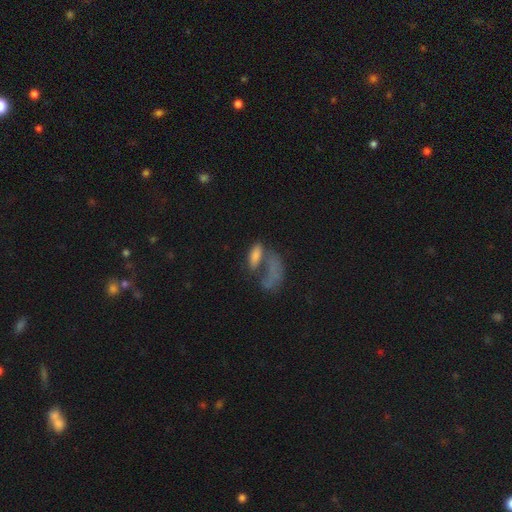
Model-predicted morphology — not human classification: smooth 70%, featured or disk 19%, star or artifact 11%. Down the decision tree: how rounded — in between (79%); merging — merger (42%).